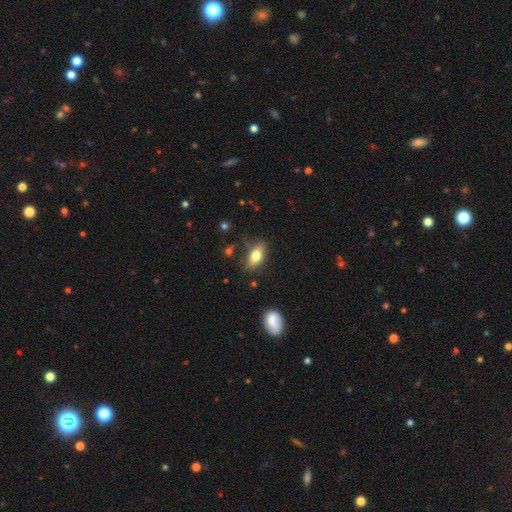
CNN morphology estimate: Smooth or featured? Predicted: smooth (p=0.75). How rounded? Predicted: in between (p=0.84). Merging? Predicted: none (p=0.75).